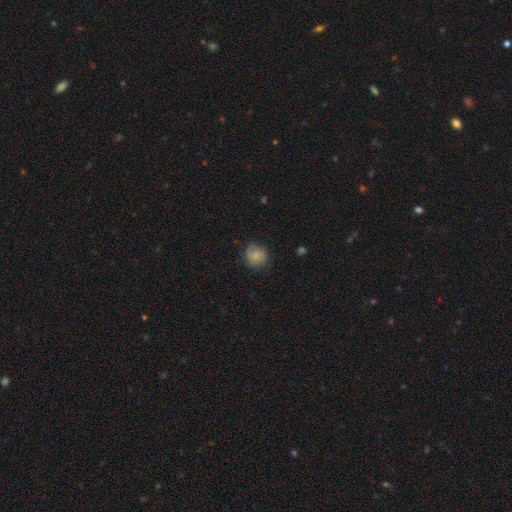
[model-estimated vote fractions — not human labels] Smooth or featured: smooth — 77% (featured or disk — 14%)
How rounded: round — 84% (in between — 15%)
Merging: none — 71% (minor disturbance — 22%)